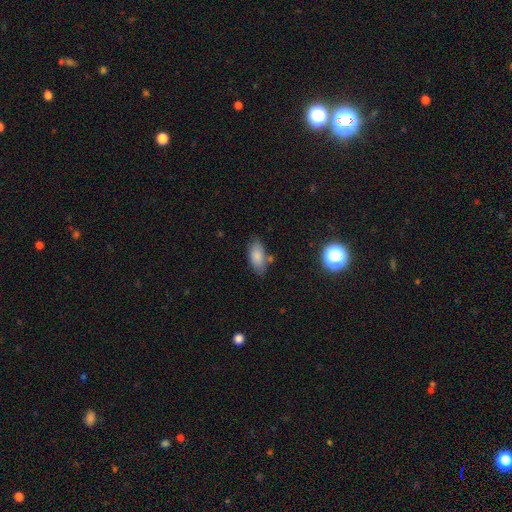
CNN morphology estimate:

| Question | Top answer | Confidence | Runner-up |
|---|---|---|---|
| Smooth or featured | smooth | 79% | star or artifact (11%) |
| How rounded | in between | 88% | cigar-shaped (8%) |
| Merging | none | 74% | minor disturbance (18%) |